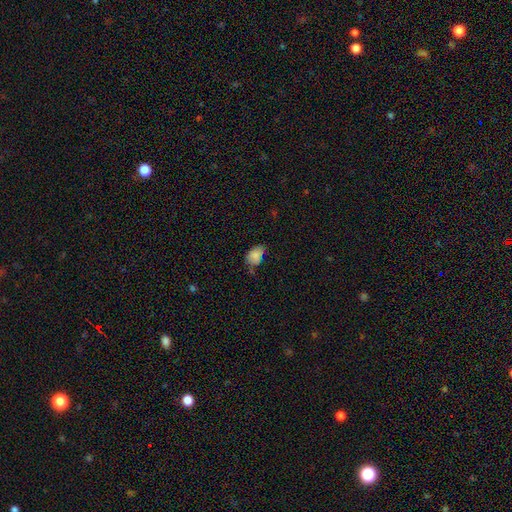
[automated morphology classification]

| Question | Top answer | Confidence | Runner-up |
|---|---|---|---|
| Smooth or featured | smooth | 82% | star or artifact (10%) |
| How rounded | in between | 82% | round (16%) |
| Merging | none | 45% | minor disturbance (39%) |